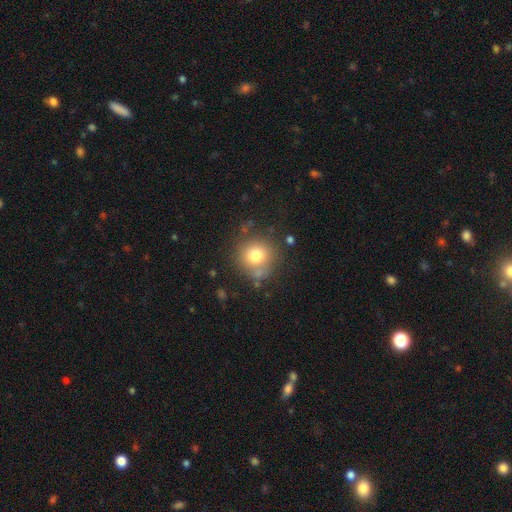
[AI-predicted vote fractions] Smooth or featured?
  - smooth: 76% *
  - star or artifact: 12%
  - featured or disk: 12%
How rounded?
  - round: 91% *
  - in between: 8%
  - cigar-shaped: 1%
Merging?
  - none: 75% *
  - minor disturbance: 14%
  - major disturbance: 6%
  - merger: 5%